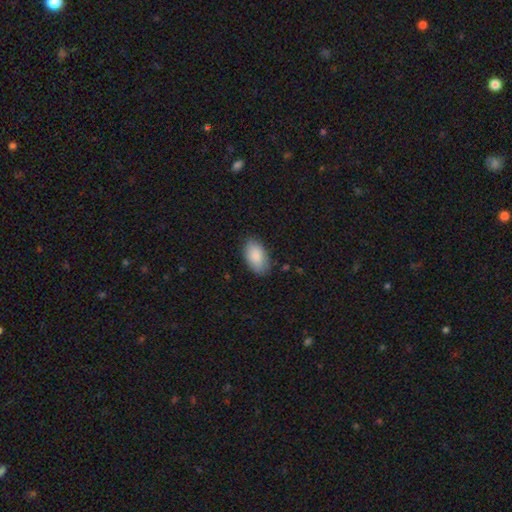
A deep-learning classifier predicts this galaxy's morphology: A smooth galaxy with no disk features (89%) that is in between round and cigar-shaped (95%). Merging: none (83%).